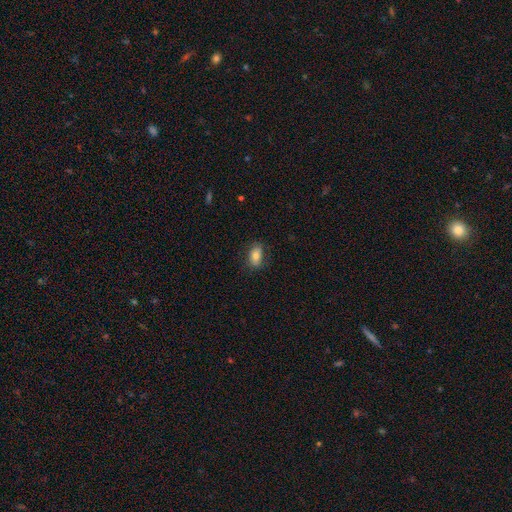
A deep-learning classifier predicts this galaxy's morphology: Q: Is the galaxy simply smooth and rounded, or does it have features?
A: smooth — 76%.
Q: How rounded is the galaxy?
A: in between — 87%.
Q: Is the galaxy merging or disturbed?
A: none — 79%.